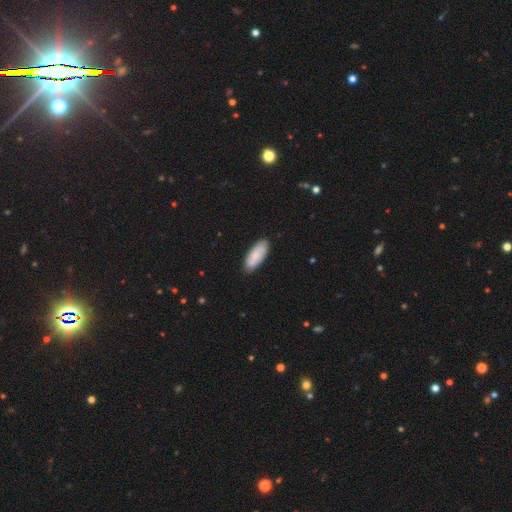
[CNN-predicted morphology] Smooth or featured? smooth (76%)
How rounded? in between (80%)
Merging? none (80%)